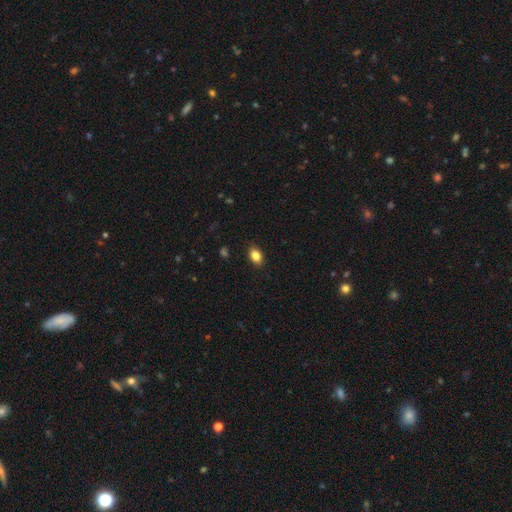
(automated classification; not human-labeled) Overall: smooth (85%). How rounded: in between (84%). Merging: none (87%).